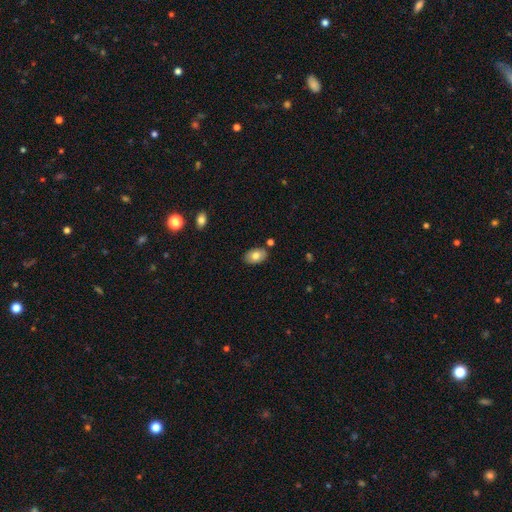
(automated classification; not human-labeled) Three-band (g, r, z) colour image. It shows a smooth galaxy with no disk features (76%) that is in between round and cigar-shaped (90%). Merging: none (83%).